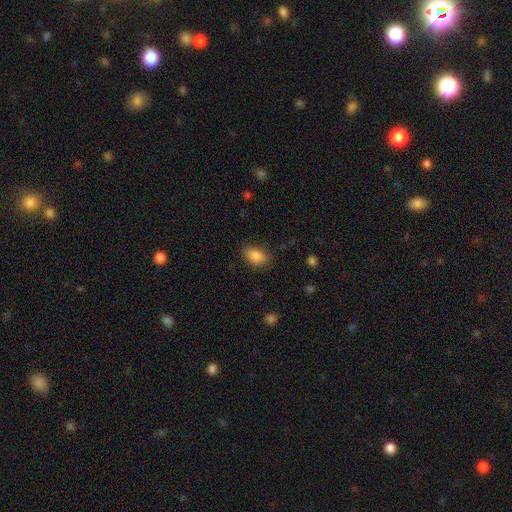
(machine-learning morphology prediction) Smooth or featured: smooth — 84% (star or artifact — 8%)
How rounded: in between — 87% (round — 11%)
Merging: none — 81% (minor disturbance — 14%)